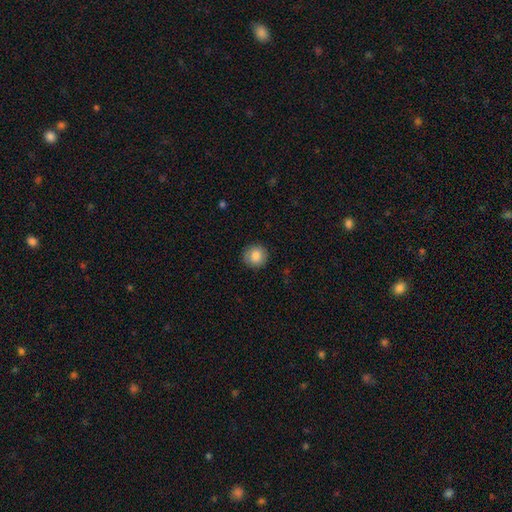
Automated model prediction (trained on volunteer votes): smooth_or_featured: smooth (p=0.85) [alt: star or artifact p=0.08]
how_rounded: round (p=0.93) [alt: in between p=0.06]
merging: none (p=0.90) [alt: minor disturbance p=0.07]